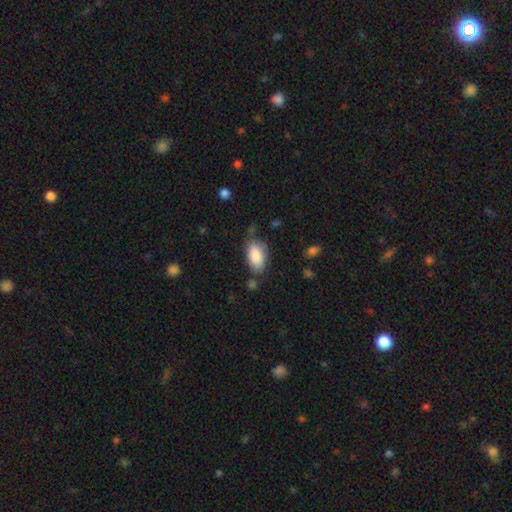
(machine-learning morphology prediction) This appears to be a smooth galaxy with no disk features (87%) that is in between round and cigar-shaped (94%). Merging: none (71%).